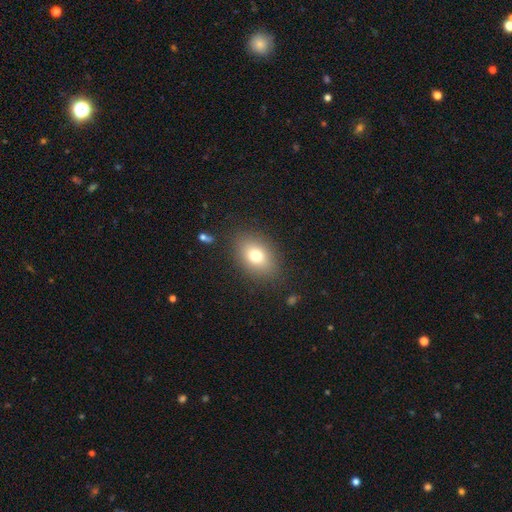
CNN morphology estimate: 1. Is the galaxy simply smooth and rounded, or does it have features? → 75% smooth, 14% featured or disk, 11% star or artifact.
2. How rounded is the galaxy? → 78% in between, 20% round, 2% cigar-shaped.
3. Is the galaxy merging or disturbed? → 84% none, 10% minor disturbance, 4% major disturbance, 2% merger.